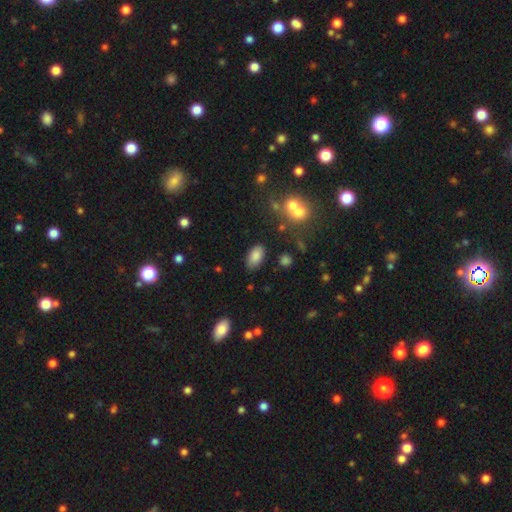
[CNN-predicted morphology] A smooth galaxy with no disk features (83%) that is in between round and cigar-shaped (94%).

Vote fractions:
- Smooth or featured? smooth: 83% / star or artifact: 9% / featured or disk: 8%
- How rounded? in between: 94% / round: 4% / cigar-shaped: 2%
- Merging? none: 79% / minor disturbance: 14% / major disturbance: 3% / merger: 3%